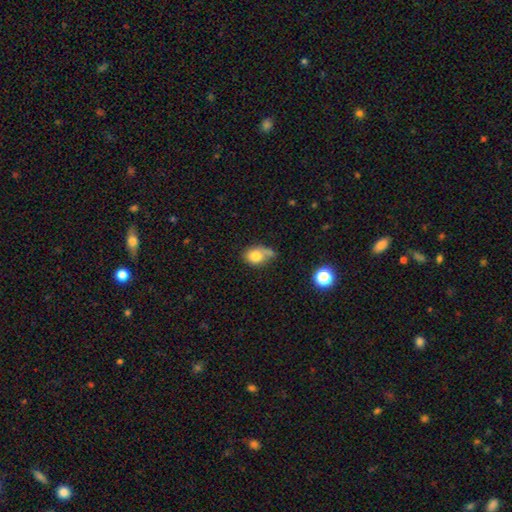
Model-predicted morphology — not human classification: smooth 78%, featured or disk 13%, star or artifact 10%. Down the decision tree: how rounded — in between (57%); merging — none (40%).